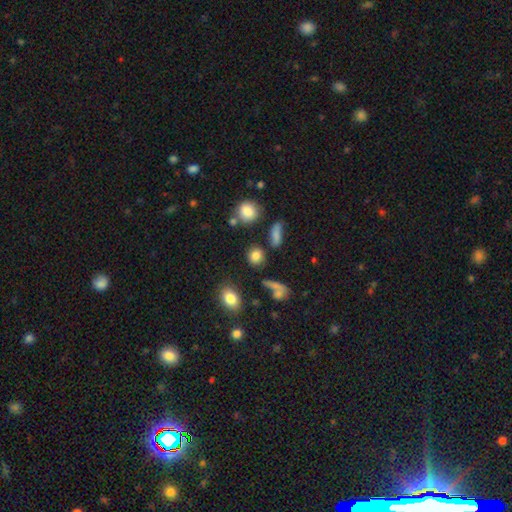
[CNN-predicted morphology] This appears to be a smooth galaxy with no disk features (79%) that is round (72%). Merging: none (76%).